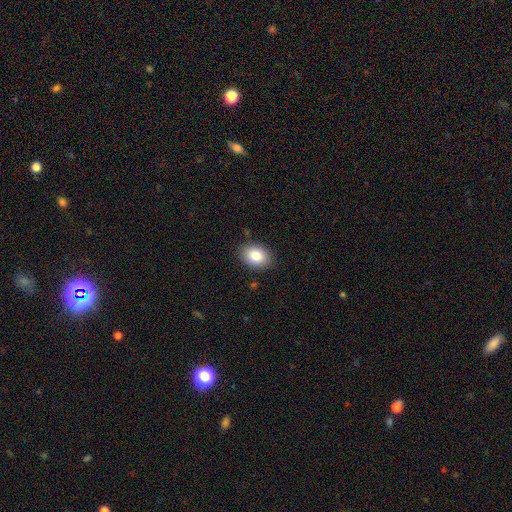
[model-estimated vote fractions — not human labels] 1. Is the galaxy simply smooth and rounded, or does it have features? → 85% smooth, 8% star or artifact, 7% featured or disk.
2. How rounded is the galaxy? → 71% in between, 28% round, 1% cigar-shaped.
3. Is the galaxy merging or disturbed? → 86% none, 10% minor disturbance, 2% major disturbance, 1% merger.